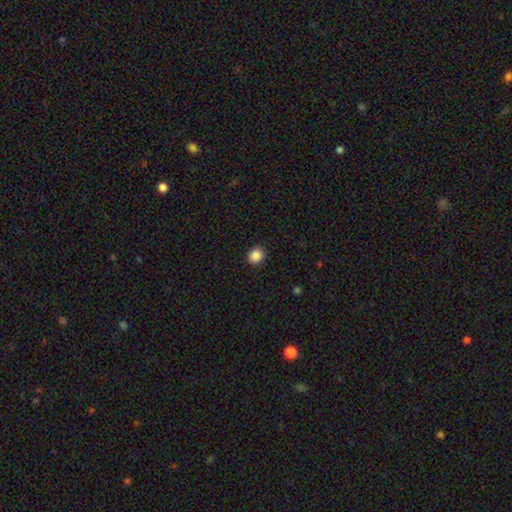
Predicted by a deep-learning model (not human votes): A smooth galaxy with no disk features (87%) that is round (79%).

Vote fractions:
- Smooth or featured? smooth: 87% / star or artifact: 10% / featured or disk: 3%
- How rounded? round: 79% / in between: 20% / cigar-shaped: 1%
- Merging? none: 90% / minor disturbance: 7% / major disturbance: 2% / merger: 1%